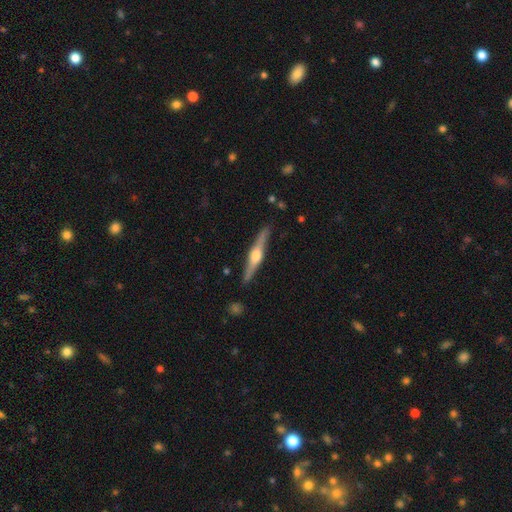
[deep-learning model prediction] Smooth or featured?
  - featured or disk: 77% *
  - smooth: 19%
  - star or artifact: 5%
Edge-on disk?
  - yes: 98% *
  - no: 2%
Edge-on bulge?
  - rounded: 93% *
  - boxy: 5%
  - none: 2%
Merging?
  - none: 89% *
  - minor disturbance: 8%
  - major disturbance: 2%
  - merger: 1%